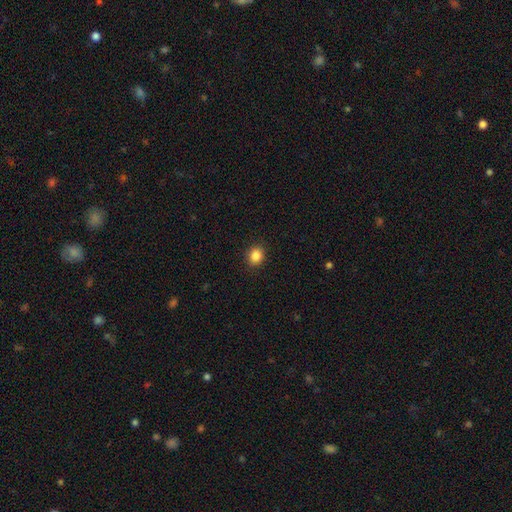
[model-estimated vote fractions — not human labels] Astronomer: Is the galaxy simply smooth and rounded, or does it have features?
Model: smooth — 86%.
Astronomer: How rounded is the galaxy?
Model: round — 66%.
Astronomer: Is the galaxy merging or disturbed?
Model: none — 90%.